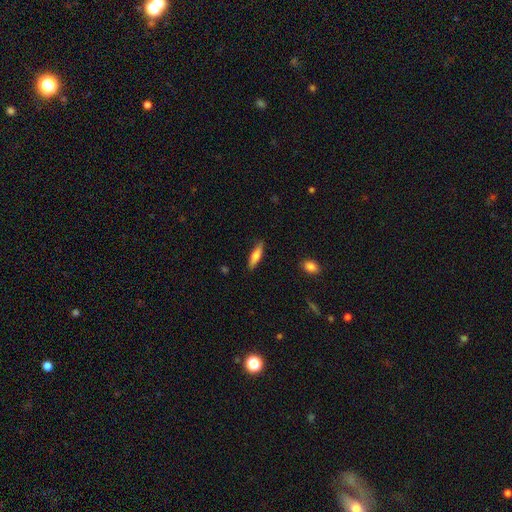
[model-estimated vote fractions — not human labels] Smooth or featured: smooth — 67% (featured or disk — 27%)
How rounded: cigar-shaped — 66% (in between — 32%)
Merging: none — 85% (minor disturbance — 12%)